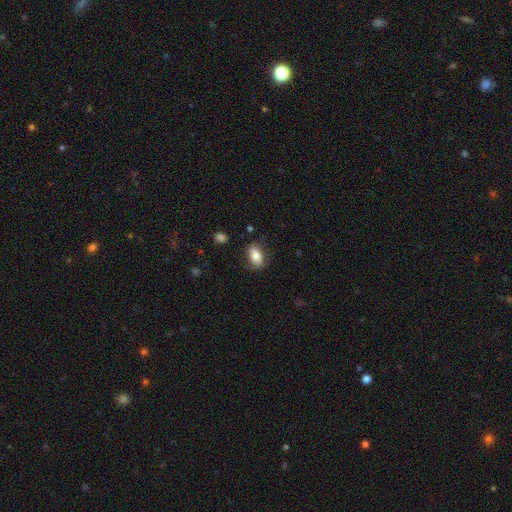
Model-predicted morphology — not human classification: A smooth galaxy with no disk features (78%) that is in between round and cigar-shaped (89%).

Vote fractions:
- Smooth or featured? smooth: 78% / featured or disk: 14% / star or artifact: 7%
- How rounded? in between: 89% / round: 7% / cigar-shaped: 4%
- Merging? none: 77% / minor disturbance: 17% / major disturbance: 4% / merger: 2%